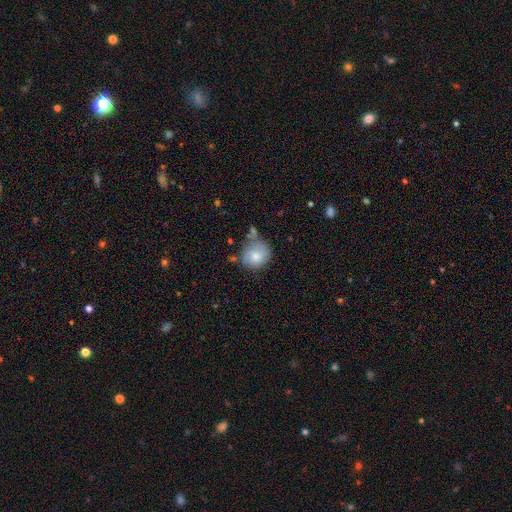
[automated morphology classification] Overall: smooth (77%). How rounded: round (78%). Merging: none (51%; minor disturbance 27%).